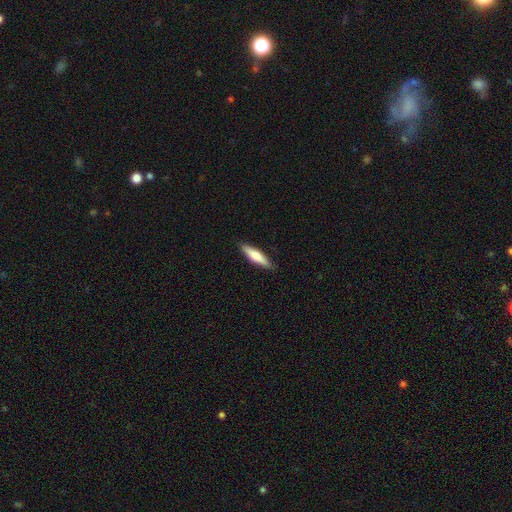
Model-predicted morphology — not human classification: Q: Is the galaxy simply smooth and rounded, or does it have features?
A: smooth — 63%.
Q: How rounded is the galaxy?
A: cigar-shaped — 75%.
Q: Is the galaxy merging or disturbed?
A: none — 89%.